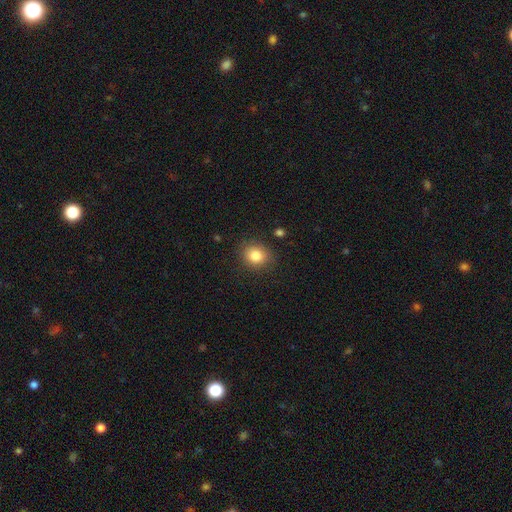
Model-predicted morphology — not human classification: This is clearly a smooth galaxy (84%). How rounded: likely round (64%). Merging: clearly none (84%).